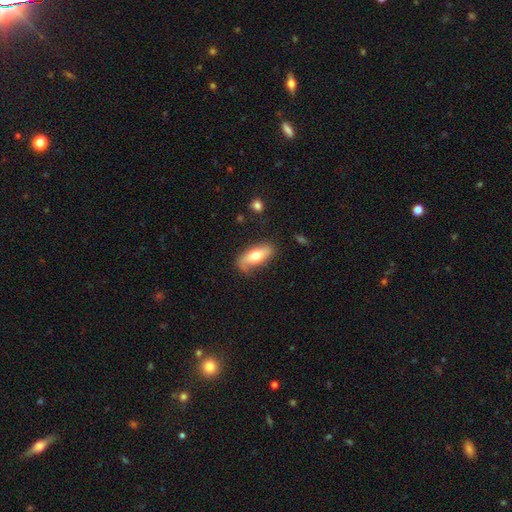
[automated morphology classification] This is likely a smooth galaxy (61%). How rounded: likely in between (75%). Merging: likely none (68%).